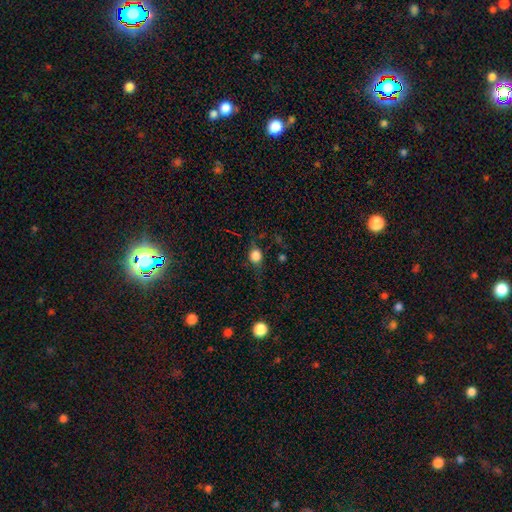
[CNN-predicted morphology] smooth 73%, star or artifact 14%, featured or disk 13%. Down the decision tree: how rounded — round (76%); merging — none (68%).